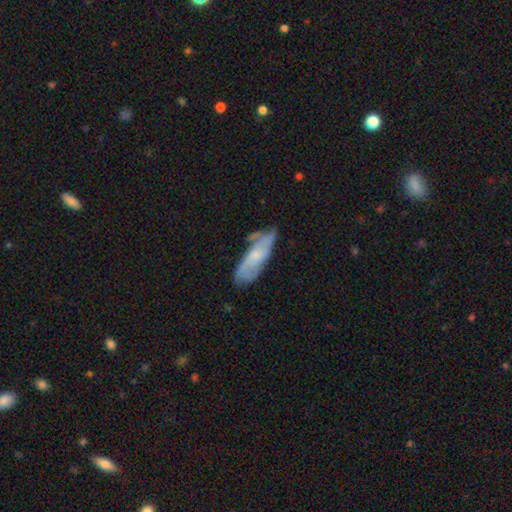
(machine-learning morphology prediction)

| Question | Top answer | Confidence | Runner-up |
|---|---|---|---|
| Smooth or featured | featured or disk | 57% | smooth (36%) |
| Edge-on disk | no | 81% | yes (19%) |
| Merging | none | 57% | minor disturbance (28%) |